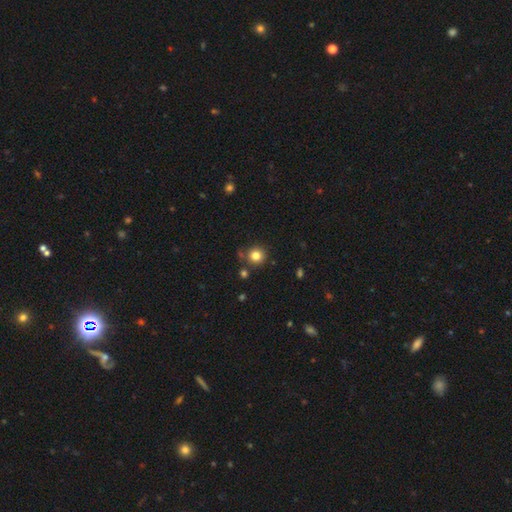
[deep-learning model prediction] Q: Smooth or featured?
A: smooth (80%); runner-up: star or artifact (13%)
Q: How rounded?
A: round (92%); runner-up: in between (7%)
Q: Merging?
A: none (80%); runner-up: minor disturbance (10%)